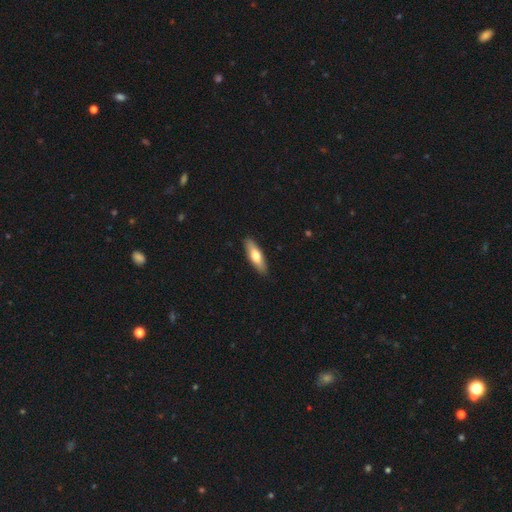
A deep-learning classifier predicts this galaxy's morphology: Q: Smooth or featured?
A: smooth (67%); runner-up: featured or disk (28%)
Q: How rounded?
A: cigar-shaped (50%); runner-up: in between (48%)
Q: Merging?
A: none (90%); runner-up: minor disturbance (8%)